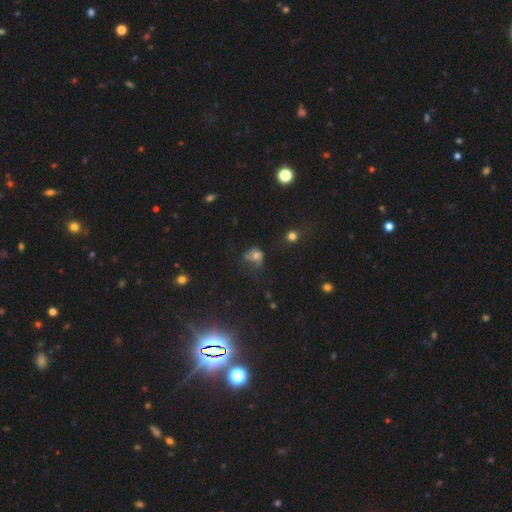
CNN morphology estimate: smooth_or_featured: smooth (p=0.58) [alt: featured or disk p=0.22]
how_rounded: round (p=0.50) [alt: in between p=0.48]
merging: major disturbance (p=0.36) [alt: none p=0.32]